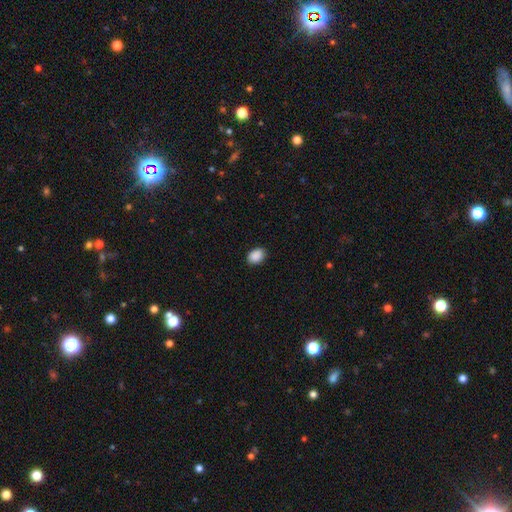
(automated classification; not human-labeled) This appears to be a smooth galaxy with no disk features (90%) that is in between round and cigar-shaped (77%). Merging: none (88%).